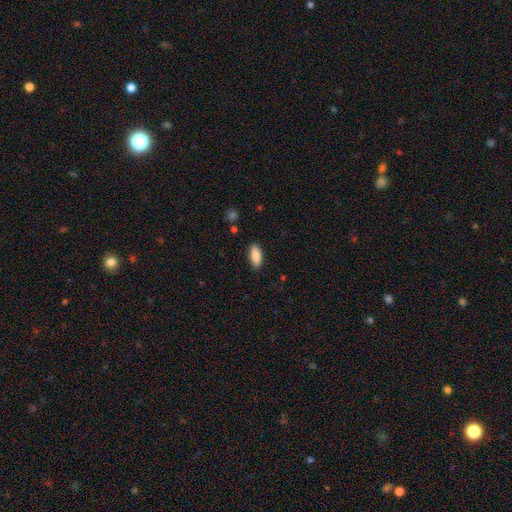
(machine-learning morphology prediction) Smooth or featured? smooth (88%)
How rounded? in between (81%)
Merging? none (87%)